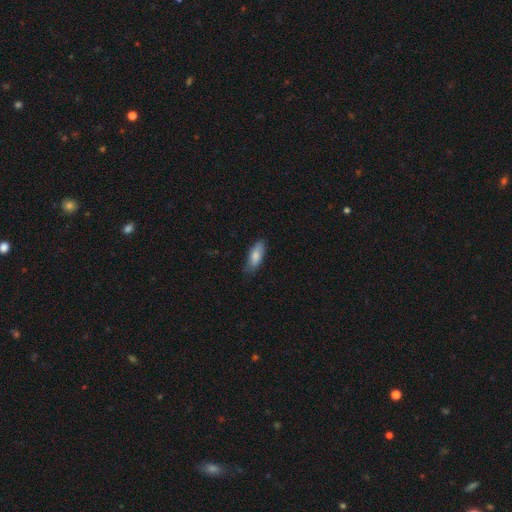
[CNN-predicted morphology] type=smooth (80%); roundness=in between (74%); merging=none (72%).